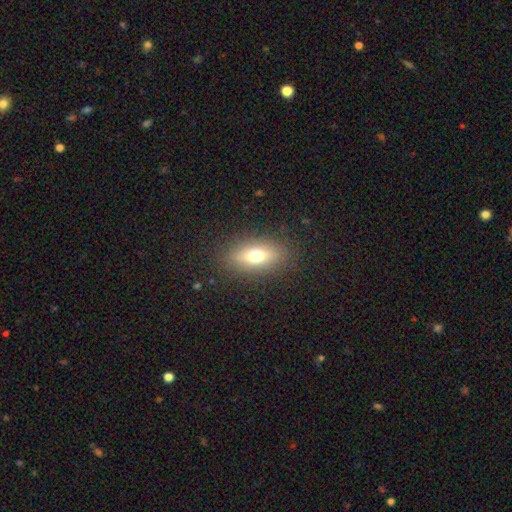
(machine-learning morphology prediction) The model was most divided on "smooth or featured": smooth: 68%, featured or disk: 20%, star or artifact: 11%. More confident: merging — none (86%); how rounded — in between (77%).